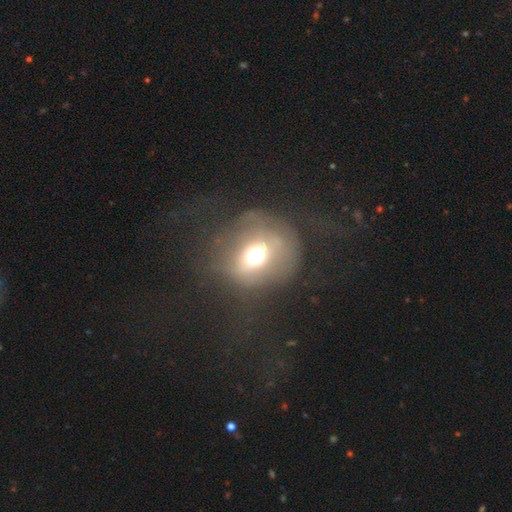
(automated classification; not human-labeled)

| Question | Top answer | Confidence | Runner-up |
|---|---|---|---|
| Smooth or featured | smooth | 51% | featured or disk (30%) |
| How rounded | round | 74% | in between (25%) |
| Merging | none | 47% | major disturbance (31%) |